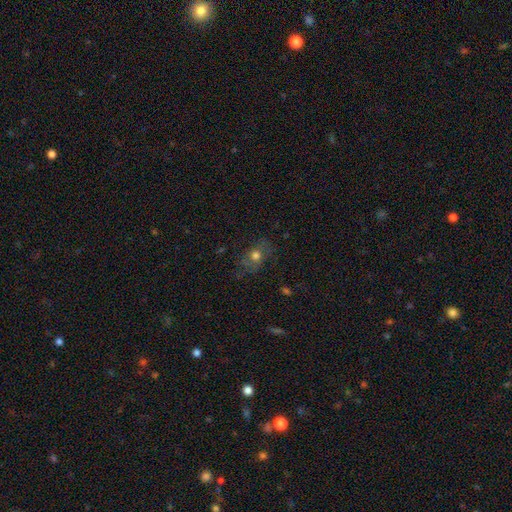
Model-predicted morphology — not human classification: This is likely a smooth galaxy (60%). How rounded: possibly in between (50%). Merging: likely none (63%).